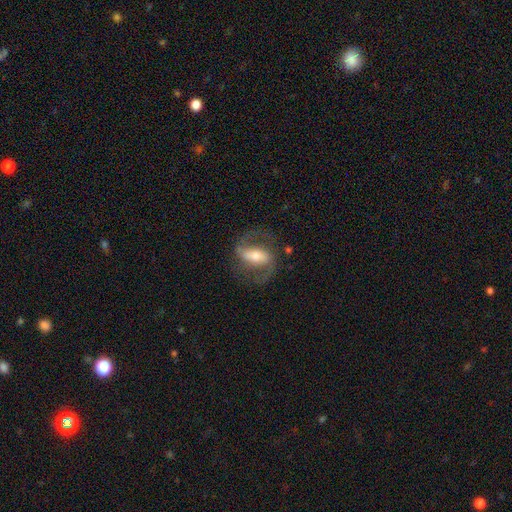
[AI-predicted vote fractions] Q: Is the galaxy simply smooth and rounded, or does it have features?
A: featured or disk — 82%.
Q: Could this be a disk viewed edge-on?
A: no — 95%.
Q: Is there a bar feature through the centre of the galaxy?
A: strong — 54%.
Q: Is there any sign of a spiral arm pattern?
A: yes — 92%.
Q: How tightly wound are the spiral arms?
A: medium — 54%.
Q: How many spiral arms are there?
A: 2 — 91%.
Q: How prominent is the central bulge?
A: moderate — 53%.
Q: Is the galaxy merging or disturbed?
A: none — 76%.